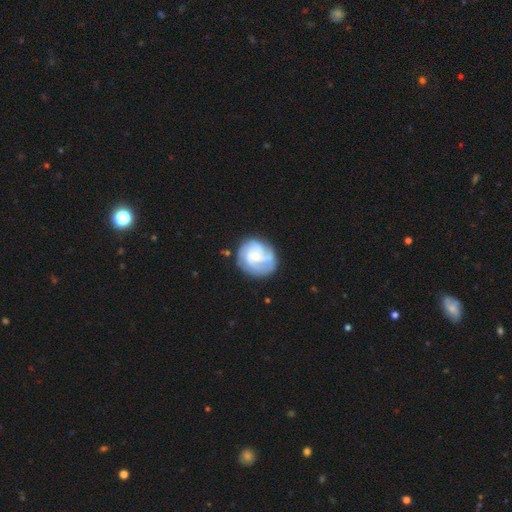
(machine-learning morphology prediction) Overall: featured or disk (71%). Edge-on disk: no (98%). Bar: no (58%; weak 35%). Spiral arms: yes (91%). Spiral arm count: 3 (30%, tied with can't tell). Spiral winding: tight (53%; medium 35%). Bulge size: small (49%; moderate 31%). Merging: none (70%).